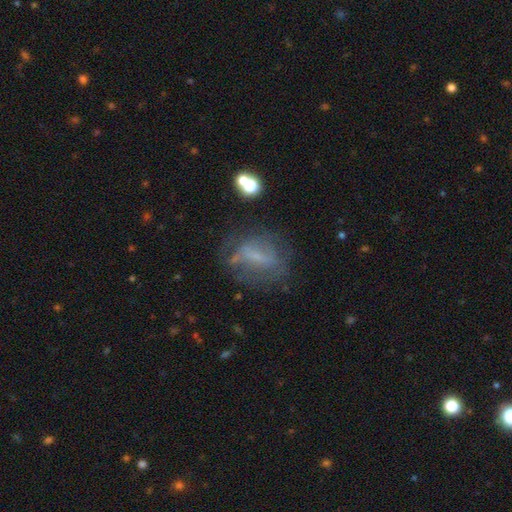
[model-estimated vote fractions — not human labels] This appears to be a featured or disk galaxy (50%). Merging: none (56%).